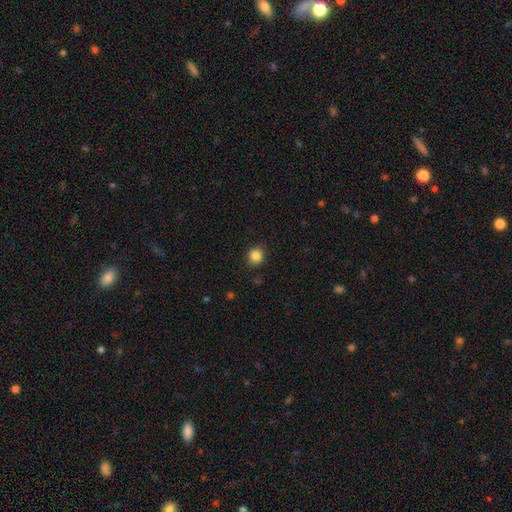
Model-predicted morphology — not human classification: smooth-or-featured: smooth: 85% | star or artifact: 11% | featured or disk: 4%
  how-rounded: round: 83% | in between: 16% | cigar-shaped: 1%
  merging: none: 89% | minor disturbance: 8% | major disturbance: 2% | merger: 1%